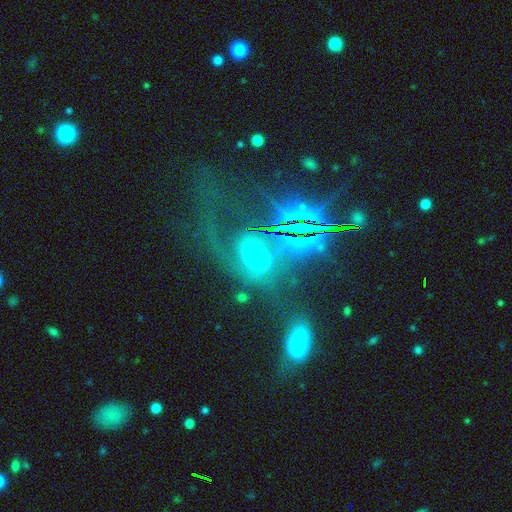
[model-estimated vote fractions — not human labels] Overall: featured or disk (41%; star or artifact 30%). Merging: none (40%; major disturbance 33%).